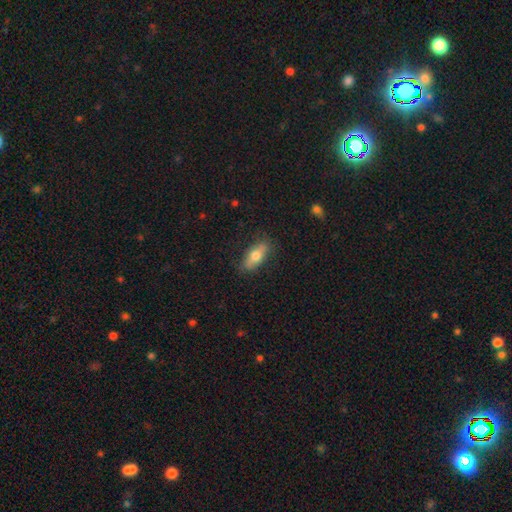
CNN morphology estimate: type=smooth (67%); roundness=in between (75%); merging=none (82%).